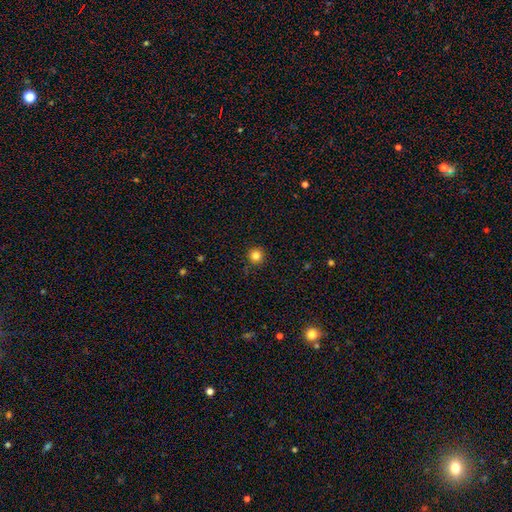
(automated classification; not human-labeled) The model was most divided on "smooth or featured": smooth: 84%, star or artifact: 12%, featured or disk: 4%. More confident: how rounded — round (95%); merging — none (90%).